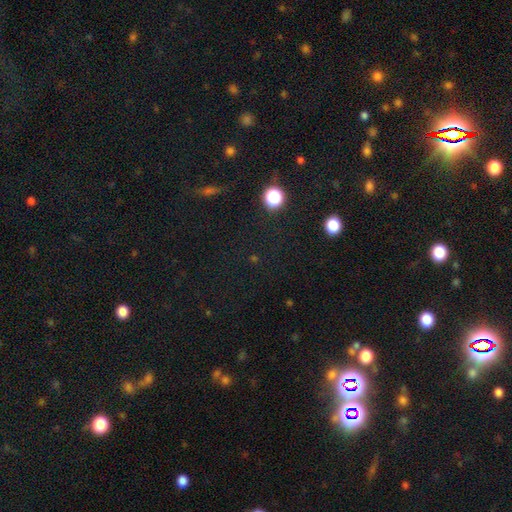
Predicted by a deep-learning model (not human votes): Smooth or featured? Predicted: star or artifact (p=0.74).